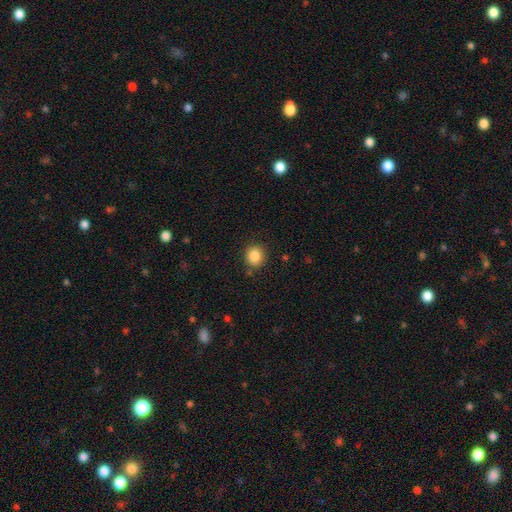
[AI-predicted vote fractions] This is clearly a smooth galaxy (86%). How rounded: clearly round (88%). Merging: clearly none (86%).